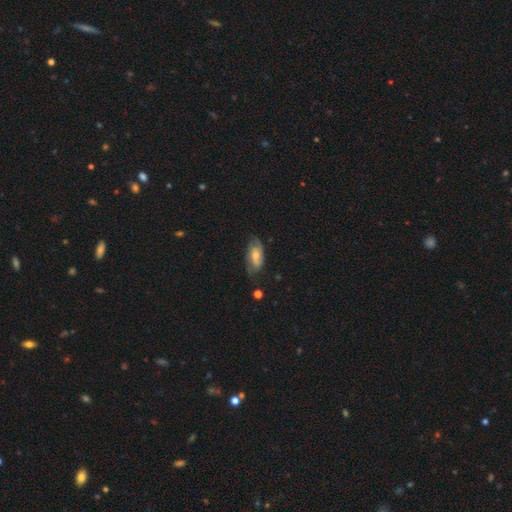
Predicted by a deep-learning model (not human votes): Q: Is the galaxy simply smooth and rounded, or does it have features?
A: featured or disk — 54%.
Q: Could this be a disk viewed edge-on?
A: no — 91%.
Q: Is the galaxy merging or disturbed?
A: none — 63%.